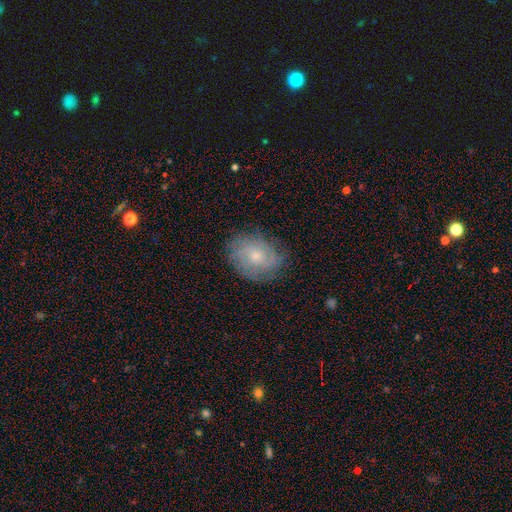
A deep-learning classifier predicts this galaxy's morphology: Overall: featured or disk (59%; smooth 32%). Edge-on disk: no (97%). Bar: no (78%). Spiral arms: yes (85%). Bulge size: small (58%; moderate 36%). Merging: none (77%).